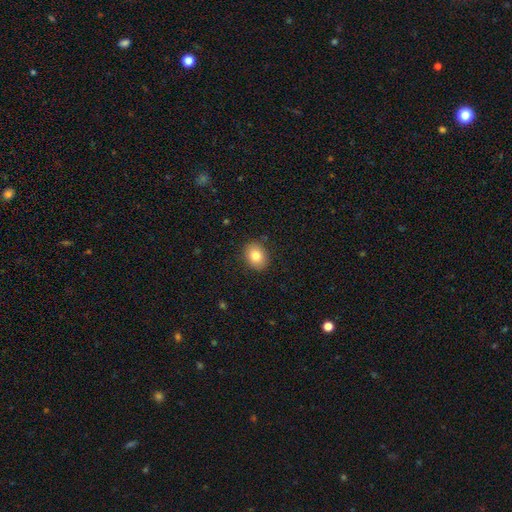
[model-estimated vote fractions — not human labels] A smooth galaxy with no disk features (81%) that is round (52%).

Vote fractions:
- Smooth or featured? smooth: 81% / featured or disk: 10% / star or artifact: 9%
- How rounded? round: 52% / in between: 47% / cigar-shaped: 1%
- Merging? none: 88% / minor disturbance: 9% / major disturbance: 2% / merger: 1%